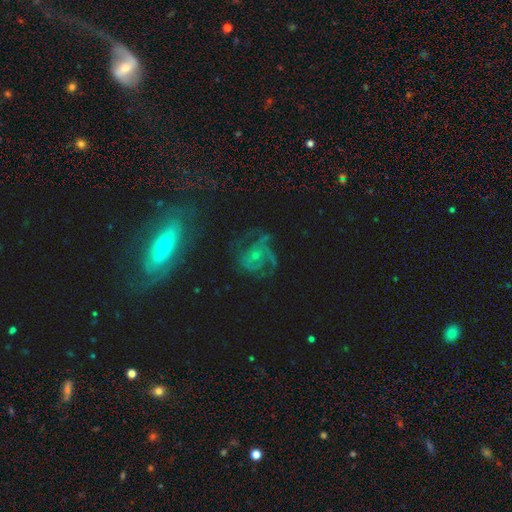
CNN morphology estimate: Smooth or featured? featured or disk (75%)
Edge-on disk? no (97%)
Bar? no (71%)
Spiral arms? yes (90%)
Spiral winding? medium (45%)
Spiral arm count? can't tell (26%, tied with 2 and 3)
Bulge size? small (69%)
Merging? none (53%)